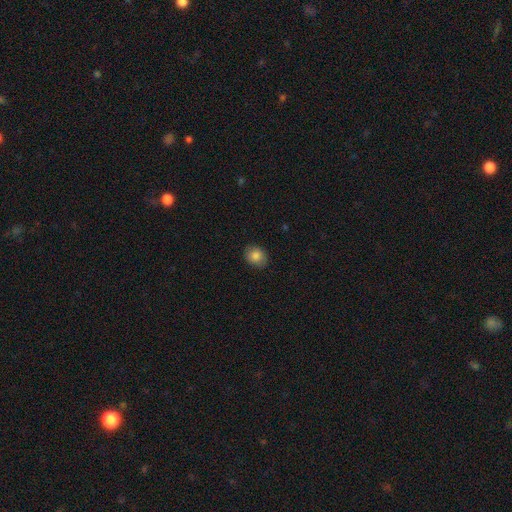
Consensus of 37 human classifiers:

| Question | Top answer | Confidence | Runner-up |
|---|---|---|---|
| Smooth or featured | smooth | 89% | featured or disk (5%) |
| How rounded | in between | 52% | round (48%) |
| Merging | none | 86% | minor disturbance (11%) |